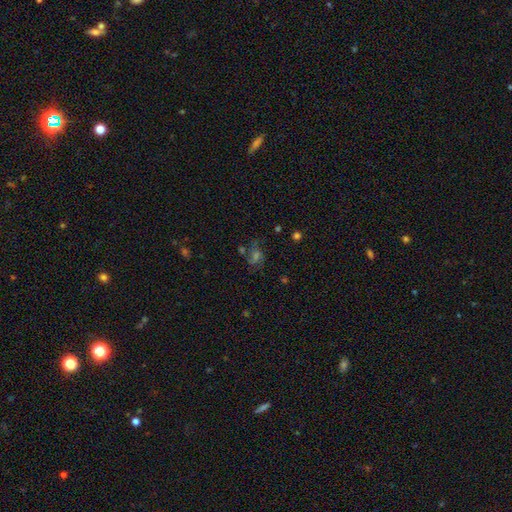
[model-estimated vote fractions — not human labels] A featured or disk galaxy (42%). Merging: none (63%).